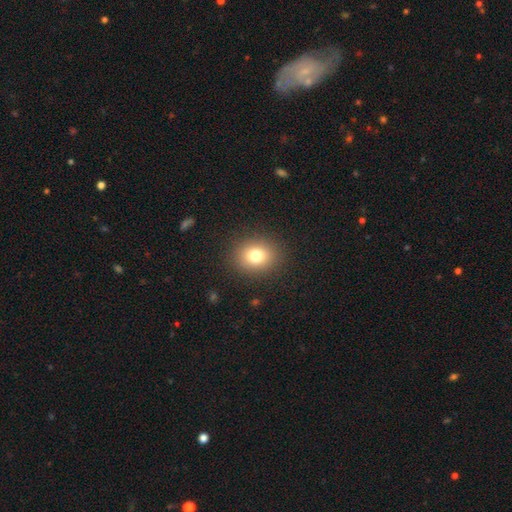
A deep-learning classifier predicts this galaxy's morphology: This is likely a smooth galaxy (78%). How rounded: likely round (69%). Merging: clearly none (89%).